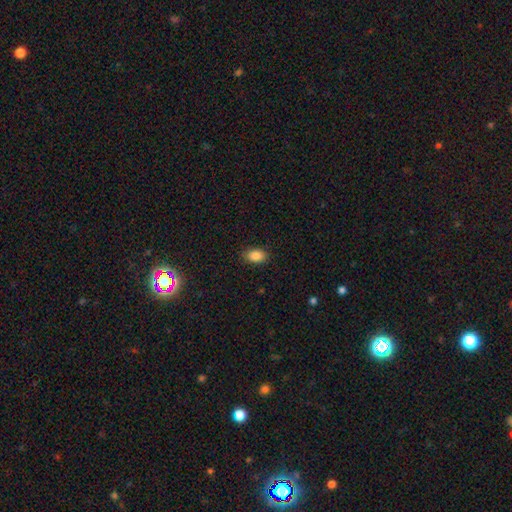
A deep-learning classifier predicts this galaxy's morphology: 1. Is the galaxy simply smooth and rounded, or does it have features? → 87% smooth, 9% star or artifact, 4% featured or disk.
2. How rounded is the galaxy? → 87% in between, 12% round, 2% cigar-shaped.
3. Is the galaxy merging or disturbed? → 86% none, 11% minor disturbance, 3% major disturbance, 1% merger.